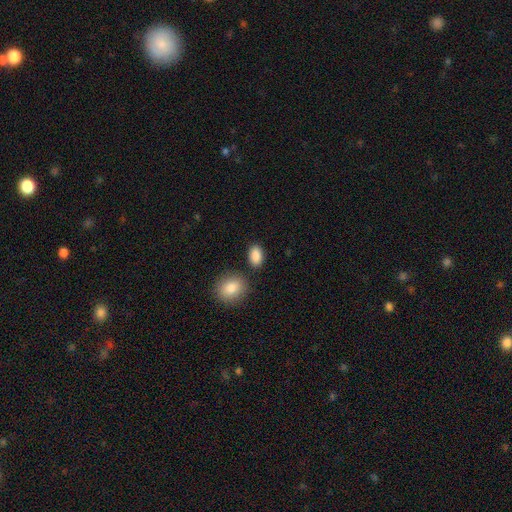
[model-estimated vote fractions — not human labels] Morphology: type=smooth (89%); roundness=in between (89%); merging=none (81%).